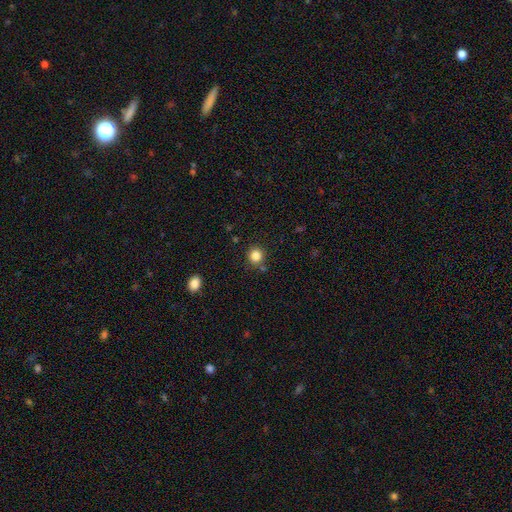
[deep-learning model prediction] A smooth galaxy with no disk features (84%) that is round (91%).

Vote fractions:
- Smooth or featured? smooth: 84% / star or artifact: 12% / featured or disk: 4%
- How rounded? round: 91% / in between: 8% / cigar-shaped: 1%
- Merging? none: 82% / minor disturbance: 8% / merger: 6% / major disturbance: 3%